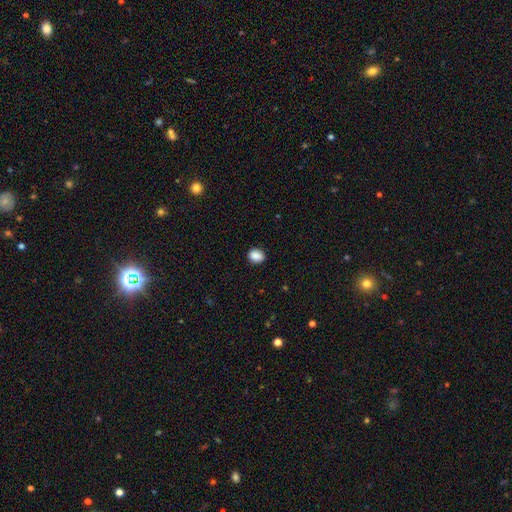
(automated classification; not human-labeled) This appears to be a smooth galaxy with no disk features (88%) that is round (50%). Merging: none (88%).